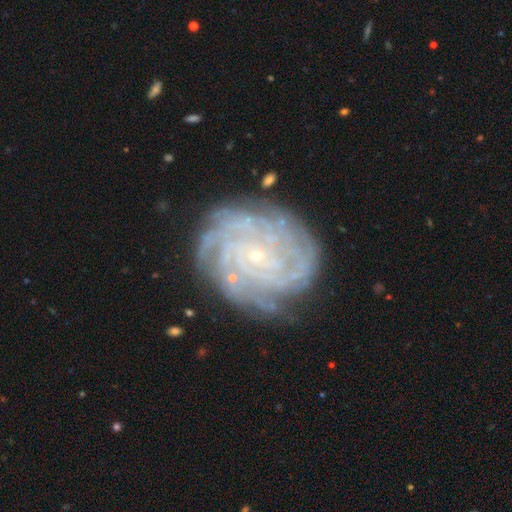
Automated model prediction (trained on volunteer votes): The model was most divided on "spiral arm count": more than 4: 28%, can't tell: 24%, 4: 22%, 3: 11%, 2: 9%, 1: 8%. More confident: edge-on disk — no (97%); spiral arms — yes (97%); bulge size — small (89%); smooth or featured — featured or disk (88%); spiral winding — tight (83%); merging — none (78%); bar — no (73%).